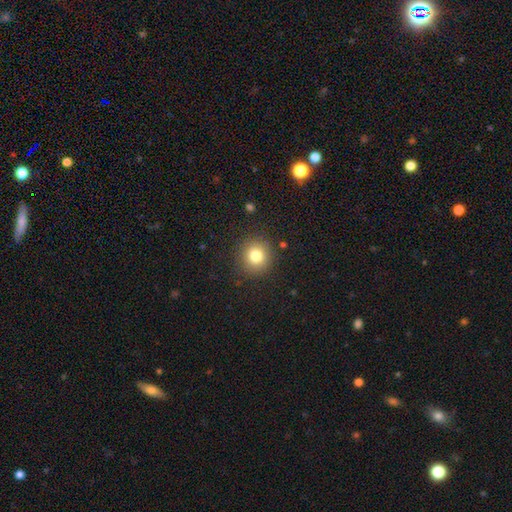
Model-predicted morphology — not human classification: Q: Smooth or featured?
A: smooth (80%); runner-up: star or artifact (12%)
Q: How rounded?
A: round (92%); runner-up: in between (7%)
Q: Merging?
A: none (89%); runner-up: minor disturbance (7%)